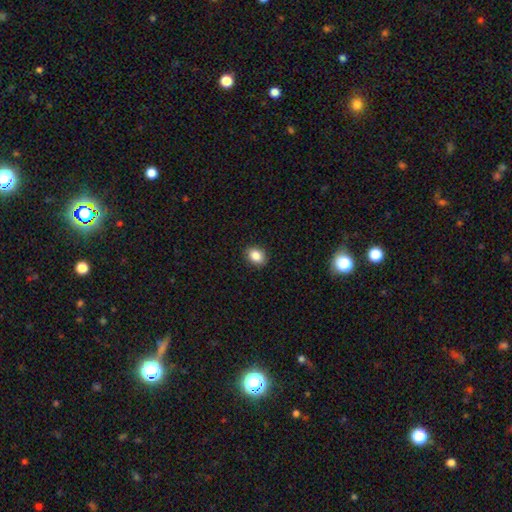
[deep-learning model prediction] smooth 86%, star or artifact 9%, featured or disk 5%. Down the decision tree: how rounded — in between (64%); merging — none (89%).